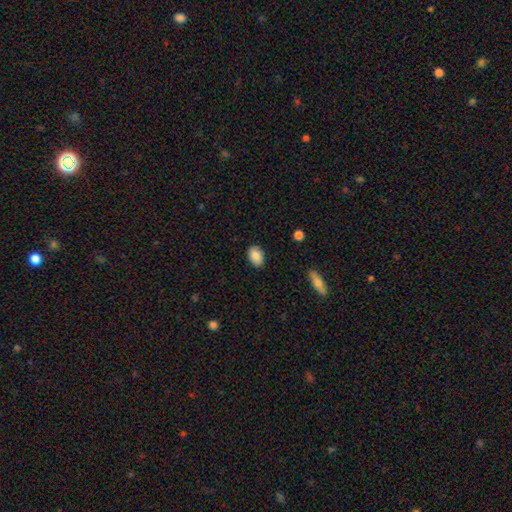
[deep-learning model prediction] smooth 87%, star or artifact 7%, featured or disk 6%. Down the decision tree: how rounded — in between (85%); merging — none (87%).